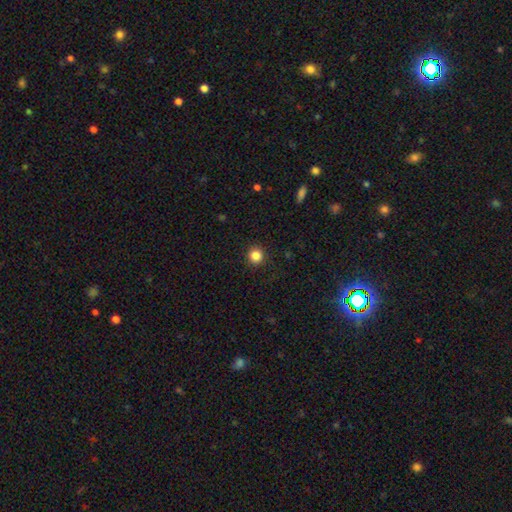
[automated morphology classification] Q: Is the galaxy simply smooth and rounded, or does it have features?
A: smooth — 85%.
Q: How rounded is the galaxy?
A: round — 94%.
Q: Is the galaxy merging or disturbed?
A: none — 92%.